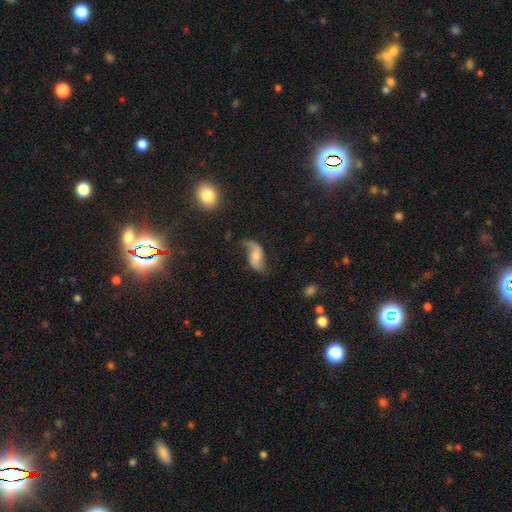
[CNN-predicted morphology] Smooth or featured? Predicted: featured or disk (p=0.75). Edge-on disk? Predicted: no (p=0.96). Bar? Predicted: no (p=0.52). Spiral arms? Predicted: yes (p=0.93). Spiral winding? Predicted: loose (p=0.84). Spiral arm count? Predicted: 2 (p=0.82). Bulge size? Predicted: small (p=0.39). Merging? Predicted: none (p=0.55).